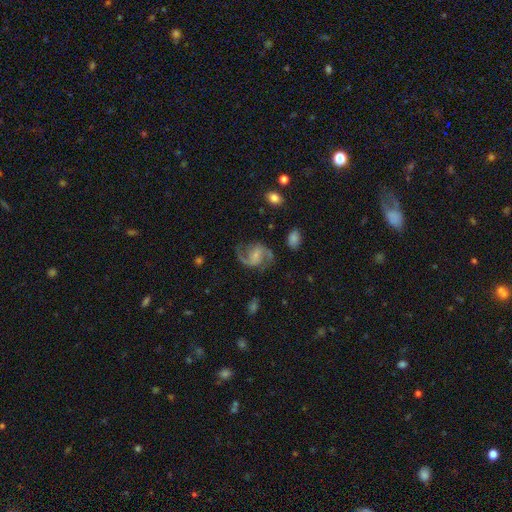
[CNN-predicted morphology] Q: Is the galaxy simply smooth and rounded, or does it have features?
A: featured or disk — 87%.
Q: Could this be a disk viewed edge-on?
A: no — 98%.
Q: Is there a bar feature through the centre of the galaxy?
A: weak — 47%.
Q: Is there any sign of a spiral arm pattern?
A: yes — 97%.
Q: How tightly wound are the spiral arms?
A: medium — 55%.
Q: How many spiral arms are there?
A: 2 — 93%.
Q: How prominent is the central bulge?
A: small — 54%.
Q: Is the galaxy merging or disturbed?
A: none — 72%.